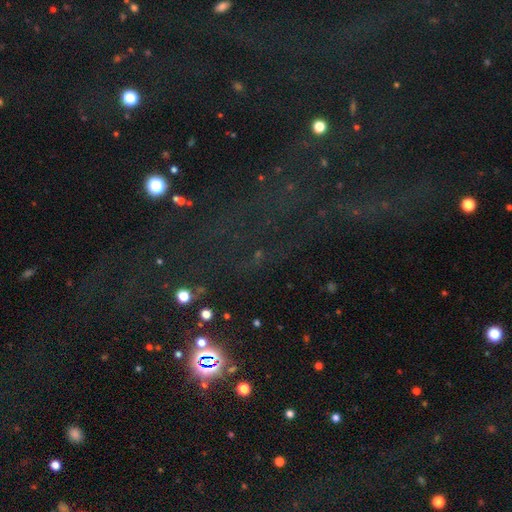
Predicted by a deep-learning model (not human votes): Smooth or featured? star or artifact (74%)